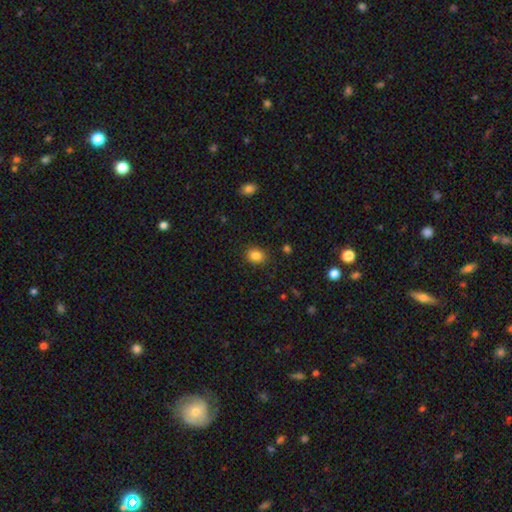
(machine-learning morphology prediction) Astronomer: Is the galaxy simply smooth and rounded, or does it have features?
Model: smooth — 84%.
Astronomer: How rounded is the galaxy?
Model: round — 58% (runner-up: in between, 41%).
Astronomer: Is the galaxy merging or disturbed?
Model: none — 88%.